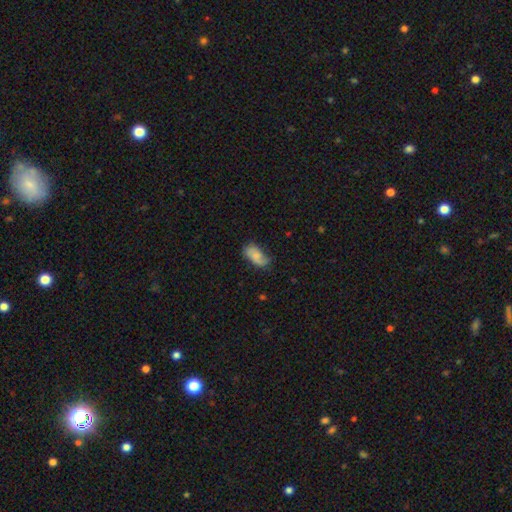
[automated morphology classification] Smooth or featured: smooth — 69% (featured or disk — 23%)
How rounded: in between — 92% (cigar-shaped — 4%)
Merging: none — 54% (minor disturbance — 33%)